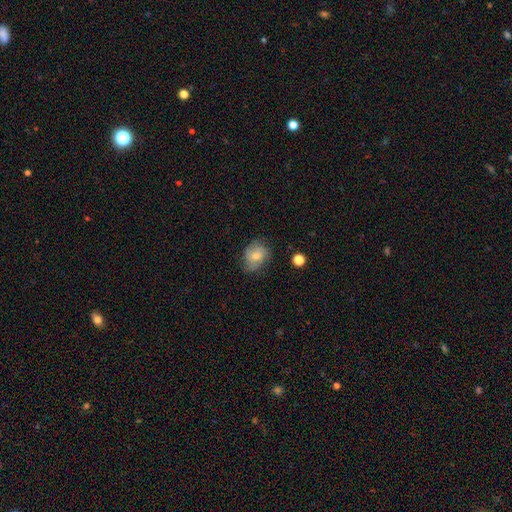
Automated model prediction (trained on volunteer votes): A smooth galaxy with no disk features (61%) that is in between round and cigar-shaped (50%). Merging: none (66%).